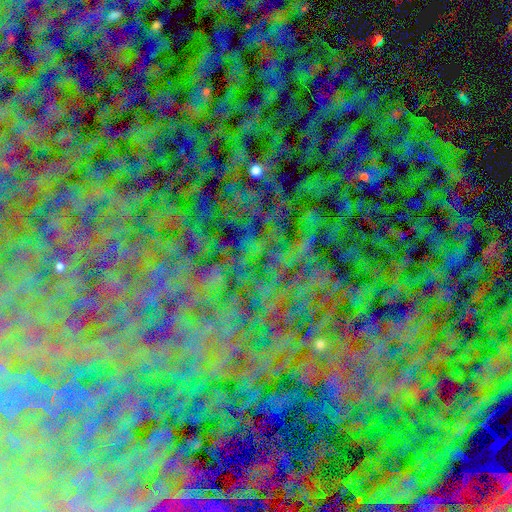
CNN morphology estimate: A star or artifact, not a galaxy (84%).

Vote fractions:
- Smooth or featured? star or artifact: 84% / smooth: 9% / featured or disk: 7%